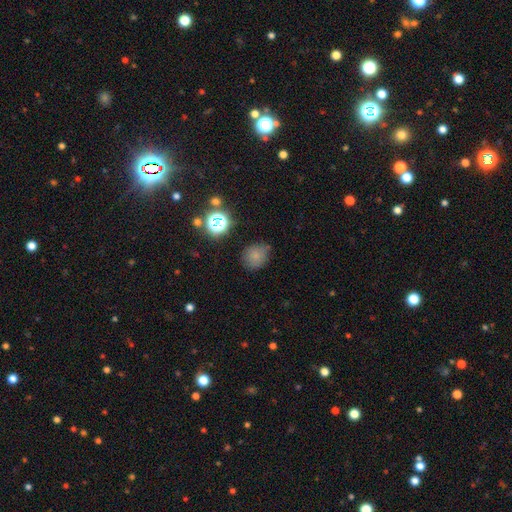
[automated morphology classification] A smooth galaxy with no disk features (73%) that is round (74%). Merging: none (70%).